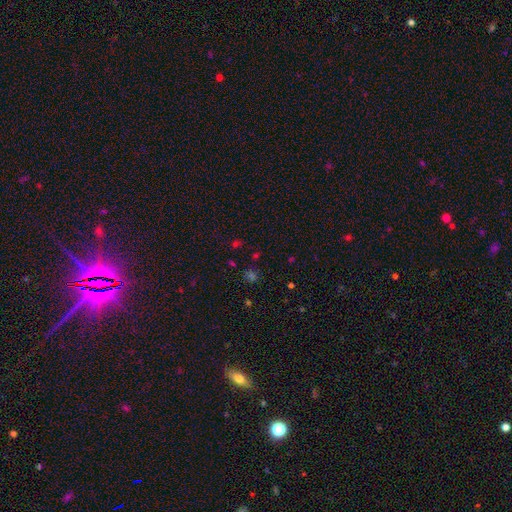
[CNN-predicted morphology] Smooth or featured? Predicted: smooth (p=0.49). Merging? Predicted: none (p=0.76).